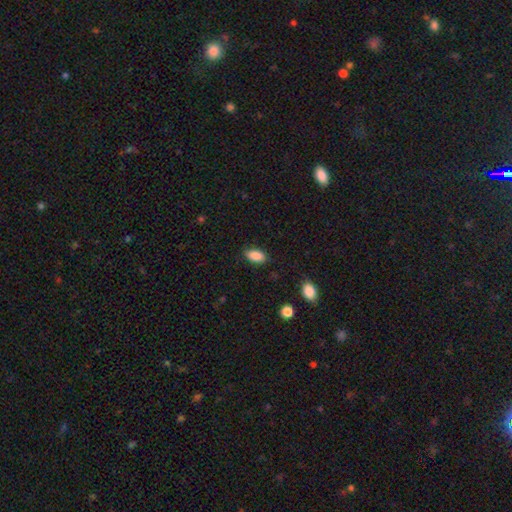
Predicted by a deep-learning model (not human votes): A smooth galaxy with no disk features (88%) that is in between round and cigar-shaped (92%). Merging: none (82%).